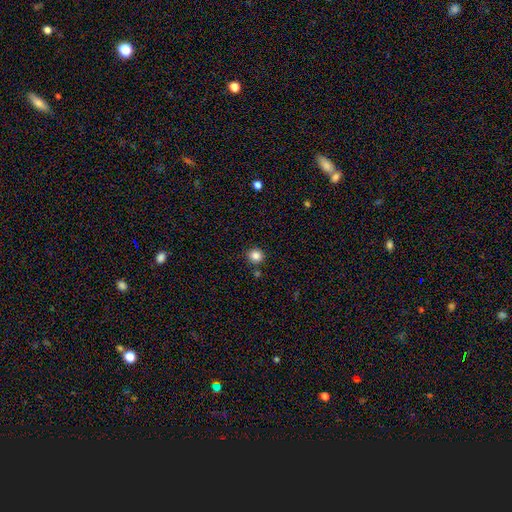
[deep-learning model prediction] Smooth or featured? smooth (85%)
How rounded? round (90%)
Merging? none (86%)